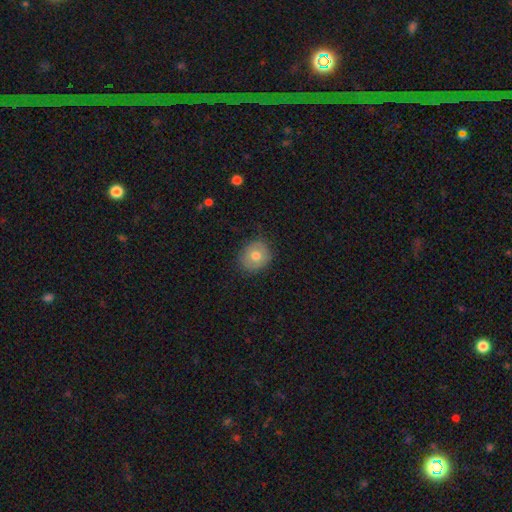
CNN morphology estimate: Smooth or featured: smooth — 69% (featured or disk — 23%)
How rounded: round — 78% (in between — 21%)
Merging: none — 80% (minor disturbance — 16%)